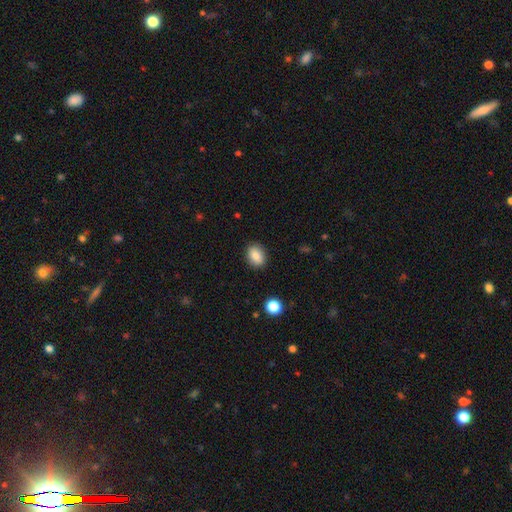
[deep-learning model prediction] This is clearly a smooth galaxy (82%). How rounded: possibly in between (60%). Merging: clearly none (88%).